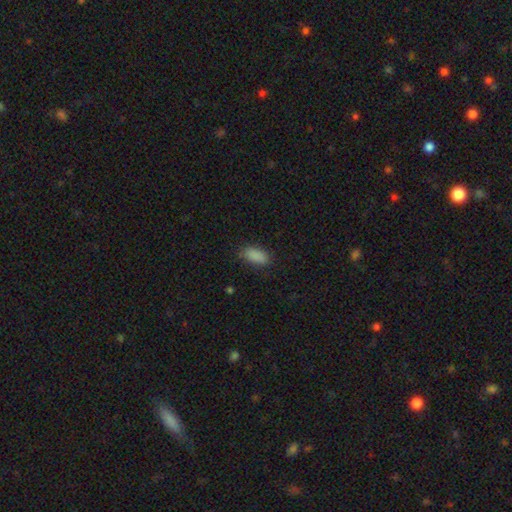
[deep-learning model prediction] This is clearly a smooth galaxy (88%). How rounded: clearly in between (87%). Merging: clearly none (81%).